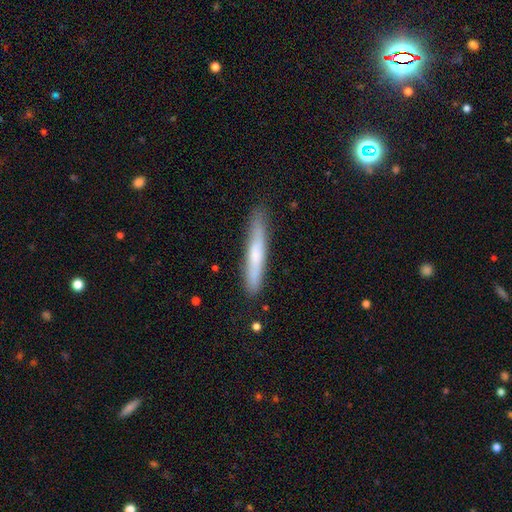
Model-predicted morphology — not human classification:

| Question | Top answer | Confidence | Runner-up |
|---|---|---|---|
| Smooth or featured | smooth | 60% | featured or disk (34%) |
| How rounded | cigar-shaped | 95% | in between (4%) |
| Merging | none | 83% | minor disturbance (13%) |